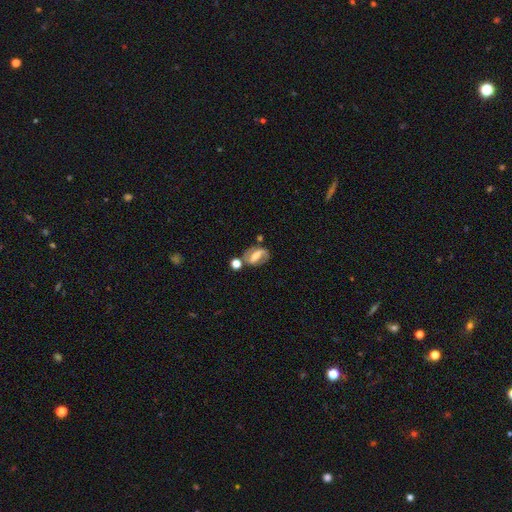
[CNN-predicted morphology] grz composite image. It shows a featured or disk galaxy (67%) with a strong bar (55%), spiral arms (79%) and a moderate central bulge (40%). Merging: none (61%).